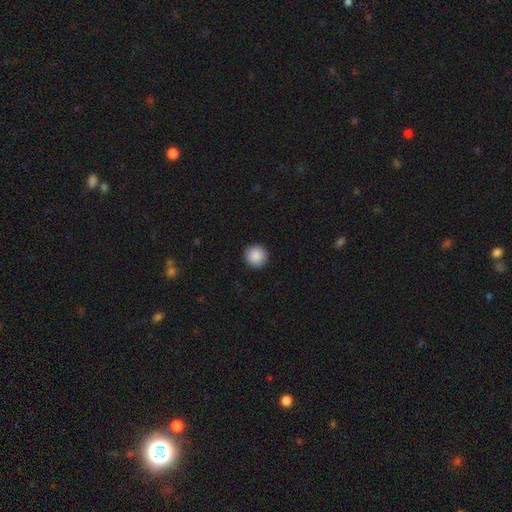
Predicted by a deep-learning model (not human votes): A smooth galaxy with no disk features (89%) that is round (96%).

Vote fractions:
- Smooth or featured? smooth: 89% / star or artifact: 8% / featured or disk: 3%
- How rounded? round: 96% / in between: 3% / cigar-shaped: 1%
- Merging? none: 93% / minor disturbance: 4% / major disturbance: 2% / merger: 1%